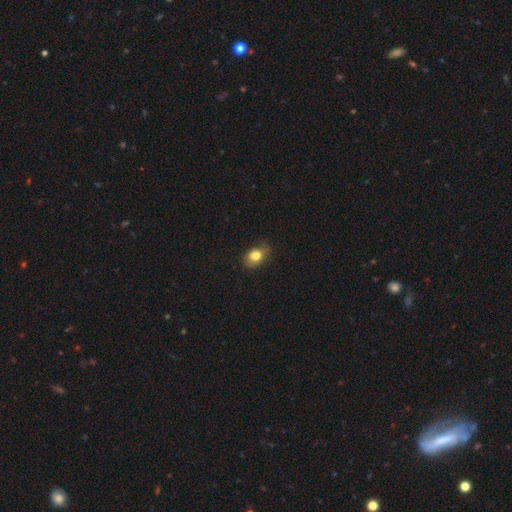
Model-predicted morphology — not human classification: Smooth or featured?
  - smooth: 79% *
  - featured or disk: 12%
  - star or artifact: 10%
How rounded?
  - in between: 68% *
  - round: 31%
  - cigar-shaped: 1%
Merging?
  - none: 64% *
  - minor disturbance: 27%
  - major disturbance: 7%
  - merger: 1%